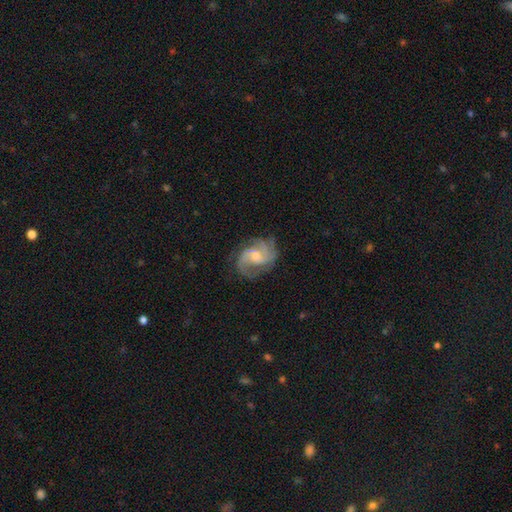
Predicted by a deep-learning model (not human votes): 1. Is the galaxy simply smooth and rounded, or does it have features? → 87% featured or disk, 8% smooth, 5% star or artifact.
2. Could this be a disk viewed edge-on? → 98% no, 2% yes.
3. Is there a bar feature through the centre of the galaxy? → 46% no, 45% weak, 9% strong.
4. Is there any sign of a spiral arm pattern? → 97% yes, 3% no.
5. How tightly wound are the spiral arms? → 53% medium, 30% tight, 17% loose.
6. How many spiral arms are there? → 51% 2, 27% 3, 10% can't tell, 5% 4, 4% 1, 3% more than 4.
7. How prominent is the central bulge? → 54% moderate, 32% small, 7% large, 7% none, 1% dominant.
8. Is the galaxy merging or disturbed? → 70% none, 19% minor disturbance, 9% major disturbance, 1% merger.